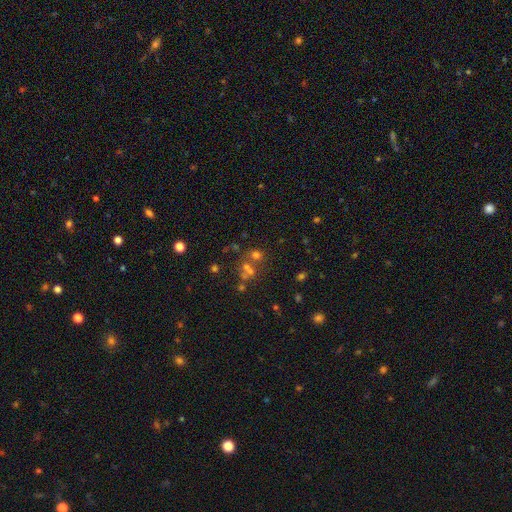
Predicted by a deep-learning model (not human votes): The model was most divided on "smooth or featured": smooth: 44%, star or artifact: 38%, featured or disk: 18%. More confident: merging — none (52%).